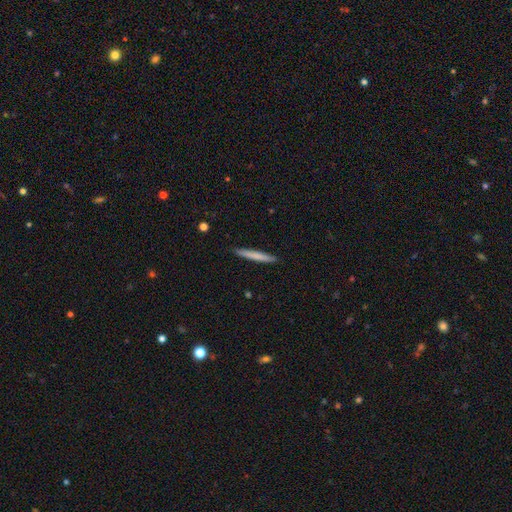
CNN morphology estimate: smooth 72%, featured or disk 22%, star or artifact 5%. Down the decision tree: how rounded — cigar-shaped (96%); merging — none (91%).